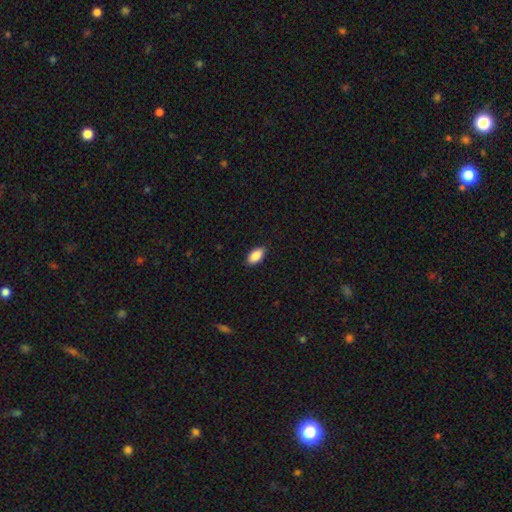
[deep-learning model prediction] Overall: smooth (90%). How rounded: in between (94%). Merging: none (87%).